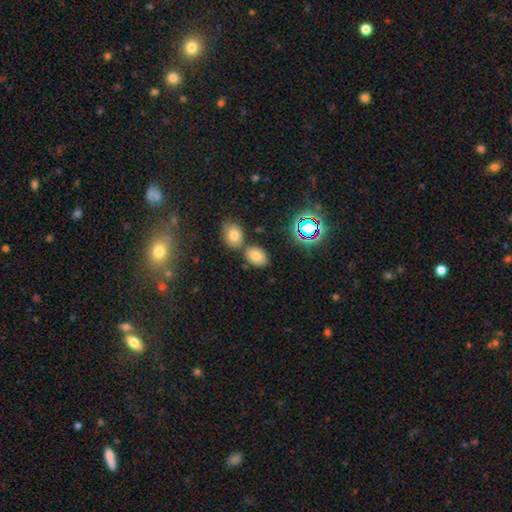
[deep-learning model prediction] Smooth or featured?
  - smooth: 74% *
  - star or artifact: 16%
  - featured or disk: 10%
How rounded?
  - in between: 82% *
  - round: 16%
  - cigar-shaped: 1%
Merging?
  - none: 67% *
  - merger: 19%
  - minor disturbance: 11%
  - major disturbance: 3%